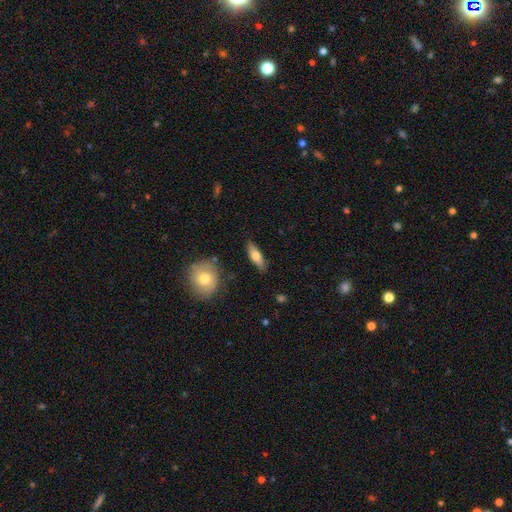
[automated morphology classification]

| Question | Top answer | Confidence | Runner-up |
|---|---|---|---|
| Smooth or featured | smooth | 65% | featured or disk (29%) |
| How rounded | in between | 49% | cigar-shaped (48%) |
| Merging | none | 85% | minor disturbance (10%) |